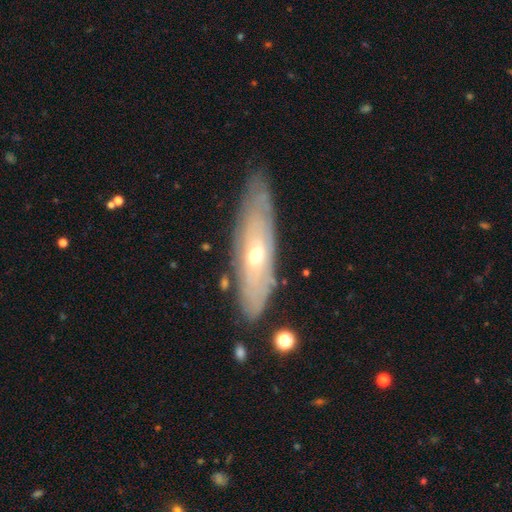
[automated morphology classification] Smooth or featured: featured or disk — 67% (smooth — 26%)
Edge-on disk: no — 62% (yes — 38%)
Merging: none — 80% (minor disturbance — 14%)